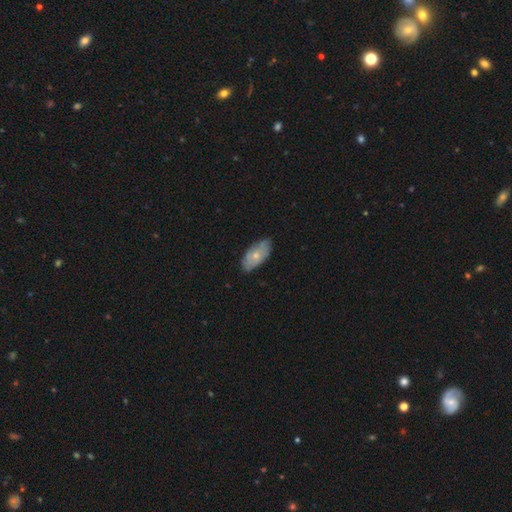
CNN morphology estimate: smooth 53%, featured or disk 41%, star or artifact 6%. Down the decision tree: how rounded — in between (91%); merging — none (74%).